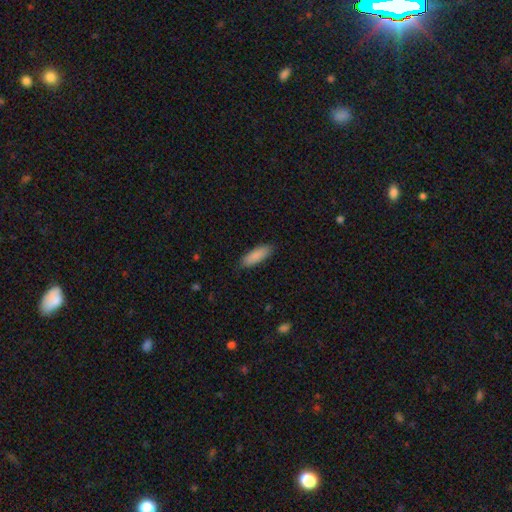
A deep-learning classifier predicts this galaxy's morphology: Smooth or featured? Predicted: smooth (p=0.87). How rounded? Predicted: in between (p=0.58). Merging? Predicted: none (p=0.86).